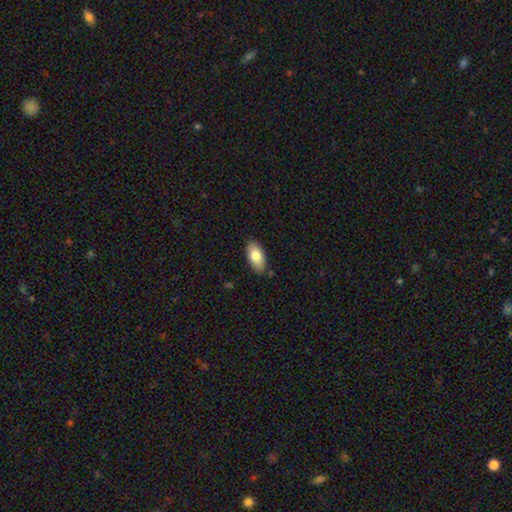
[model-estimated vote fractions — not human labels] smooth_or_featured: smooth (p=0.81) [alt: featured or disk p=0.12]
how_rounded: in between (p=0.92) [alt: cigar-shaped p=0.05]
merging: none (p=0.85) [alt: minor disturbance p=0.12]